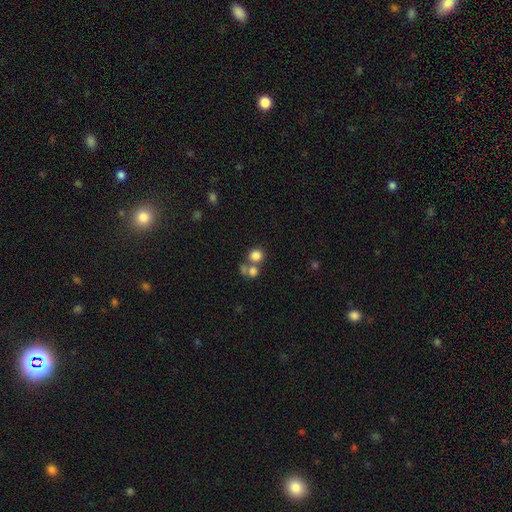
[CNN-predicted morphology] Overall: smooth (79%). How rounded: round (85%). Merging: none (50%; merger 38%).